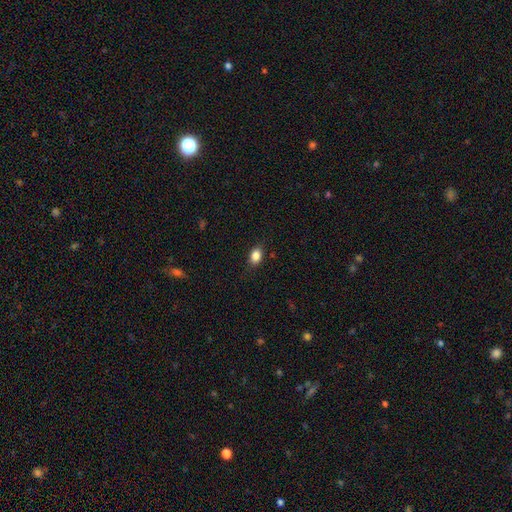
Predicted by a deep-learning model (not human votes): A smooth galaxy with no disk features (86%) that is in between round and cigar-shaped (77%).

Vote fractions:
- Smooth or featured? smooth: 86% / star or artifact: 9% / featured or disk: 5%
- How rounded? in between: 77% / round: 22% / cigar-shaped: 2%
- Merging? none: 85% / minor disturbance: 11% / major disturbance: 3% / merger: 1%